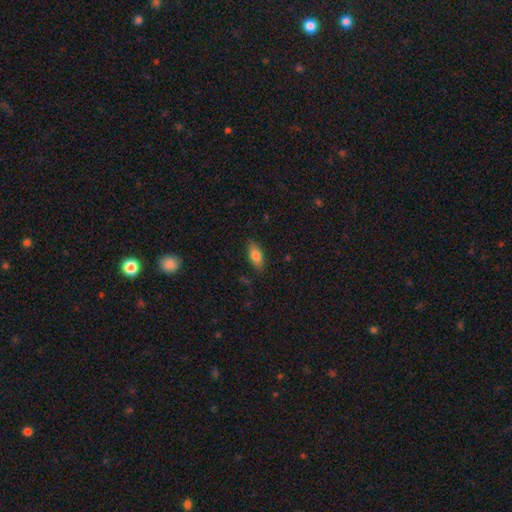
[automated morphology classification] Smooth or featured? smooth (78%)
How rounded? in between (79%)
Merging? none (84%)